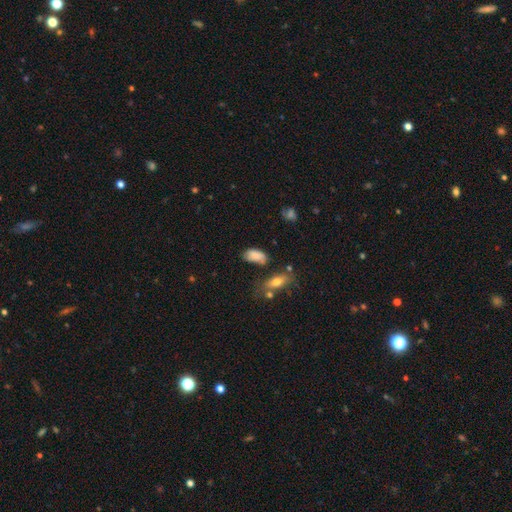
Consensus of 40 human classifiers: Smooth or featured? 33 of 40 (82%) said smooth. How rounded? 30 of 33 (91%) said in between. Merging? 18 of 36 (50%) said none.